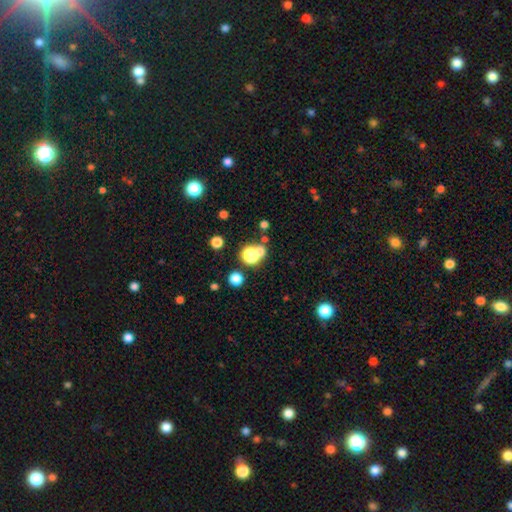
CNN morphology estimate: A smooth galaxy with no disk features (46%).

Vote fractions:
- Smooth or featured? smooth: 46% / star or artifact: 45% / featured or disk: 9%
- Merging? none: 70% / merger: 17% / minor disturbance: 8% / major disturbance: 5%